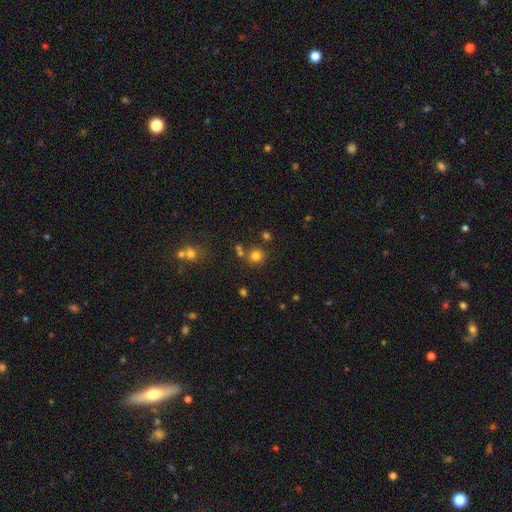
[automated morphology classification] Smooth or featured: smooth — 77% (star or artifact — 16%)
How rounded: round — 89% (in between — 10%)
Merging: none — 75% (merger — 13%)